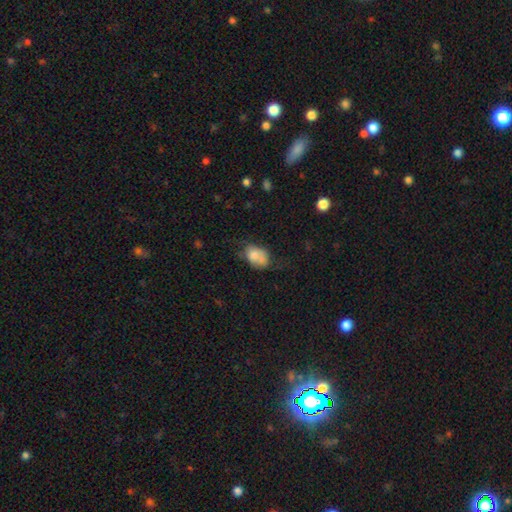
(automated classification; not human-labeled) Smooth or featured? smooth (75%)
How rounded? in between (73%)
Merging? none (38%)